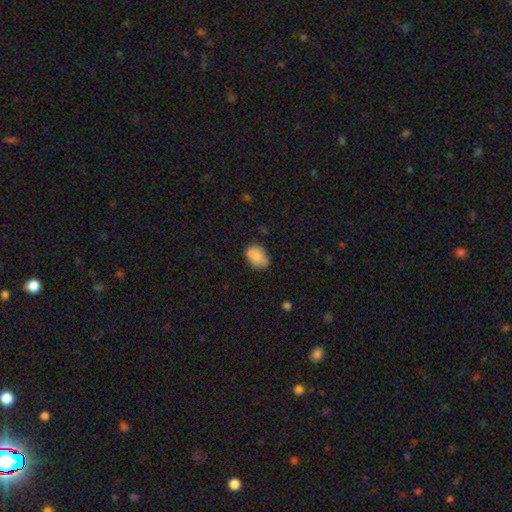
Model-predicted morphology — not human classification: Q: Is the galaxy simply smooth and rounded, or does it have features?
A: smooth — 77%.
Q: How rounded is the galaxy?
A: in between — 75%.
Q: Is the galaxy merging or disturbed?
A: none — 55%.